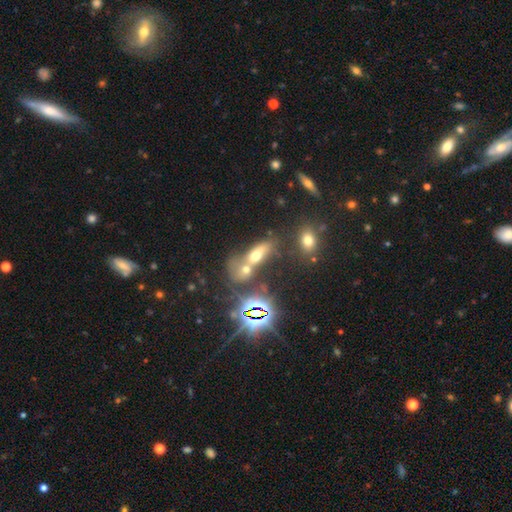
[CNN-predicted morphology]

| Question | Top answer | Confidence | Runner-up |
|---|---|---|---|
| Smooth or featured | smooth | 51% | star or artifact (27%) |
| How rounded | in between | 61% | cigar-shaped (23%) |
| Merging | merger | 54% | none (31%) |